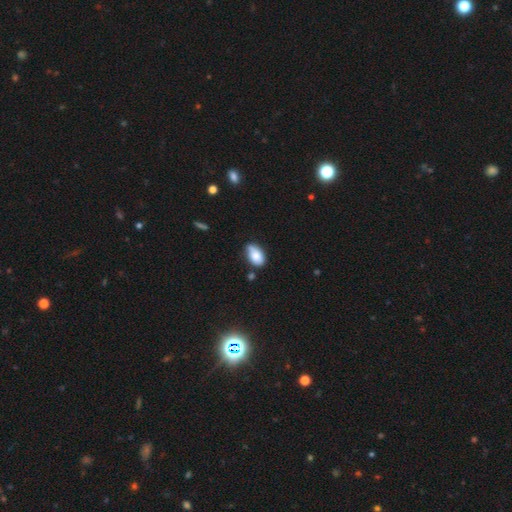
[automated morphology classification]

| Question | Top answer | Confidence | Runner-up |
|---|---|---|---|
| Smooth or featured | smooth | 81% | featured or disk (11%) |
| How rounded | in between | 93% | round (5%) |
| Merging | none | 54% | minor disturbance (33%) |